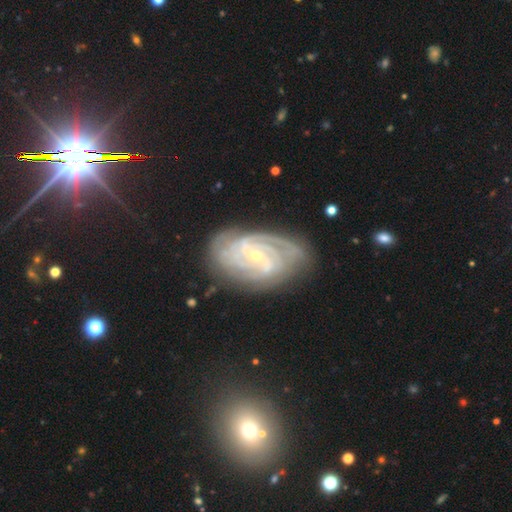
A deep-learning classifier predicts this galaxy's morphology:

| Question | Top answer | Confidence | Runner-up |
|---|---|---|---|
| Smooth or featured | featured or disk | 88% | star or artifact (6%) |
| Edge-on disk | no | 96% | yes (4%) |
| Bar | weak | 44% | no (35%) |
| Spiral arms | yes | 98% | no (2%) |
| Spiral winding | tight | 71% | medium (25%) |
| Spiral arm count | can't tell | 23% | tied: 2 (23%) |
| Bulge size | small | 75% | moderate (22%) |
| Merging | none | 76% | minor disturbance (17%) |